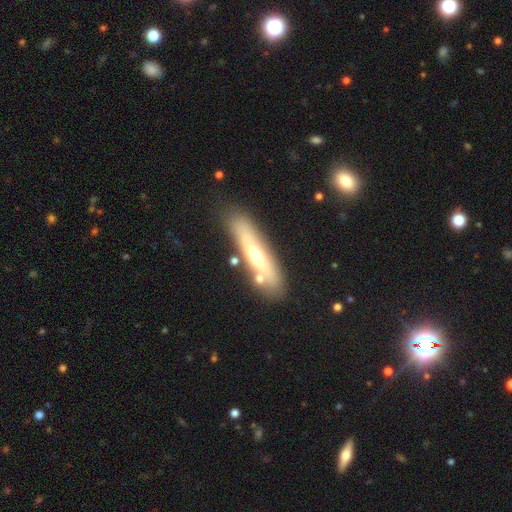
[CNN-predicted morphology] Smooth or featured? featured or disk (48%)
Merging? none (75%)